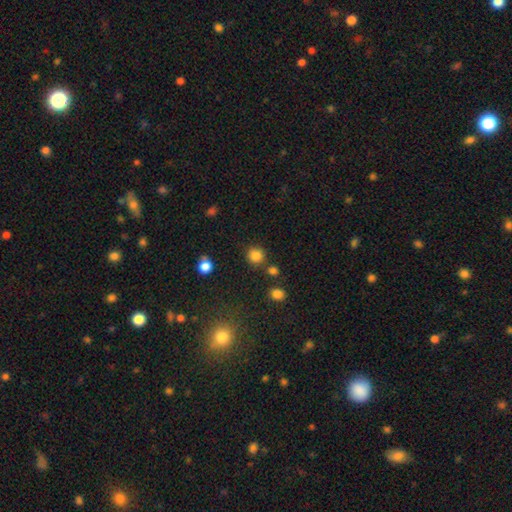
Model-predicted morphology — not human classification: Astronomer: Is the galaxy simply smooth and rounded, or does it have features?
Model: smooth — 83%.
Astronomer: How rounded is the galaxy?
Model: round — 90%.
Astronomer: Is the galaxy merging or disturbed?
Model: none — 81%.